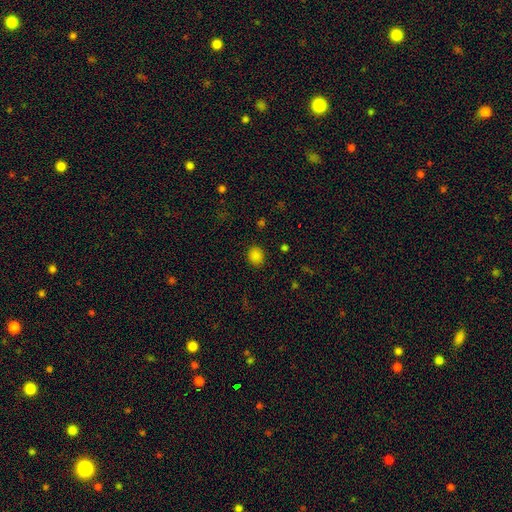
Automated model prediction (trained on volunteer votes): Q: Smooth or featured?
A: smooth (83%); runner-up: star or artifact (13%)
Q: How rounded?
A: round (66%); runner-up: in between (33%)
Q: Merging?
A: none (87%); runner-up: minor disturbance (9%)